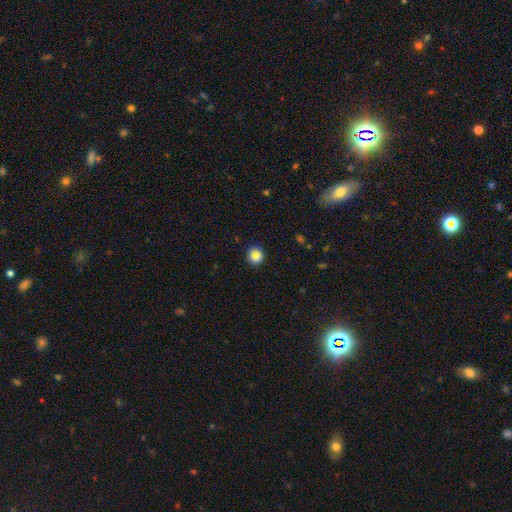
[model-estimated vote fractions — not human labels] This is clearly a smooth galaxy (88%). How rounded: clearly round (93%). Merging: clearly none (89%).